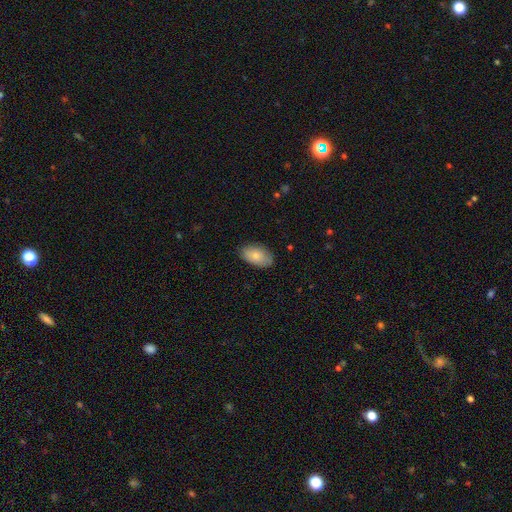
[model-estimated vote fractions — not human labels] smooth 80%, featured or disk 13%, star or artifact 6%. Down the decision tree: how rounded — in between (93%); merging — none (83%).